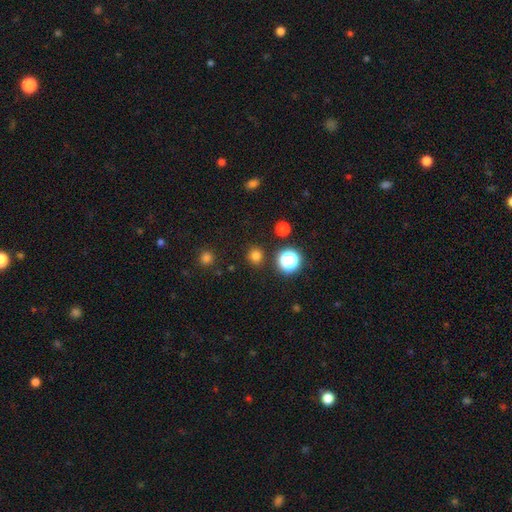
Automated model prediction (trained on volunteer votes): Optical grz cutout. It shows a smooth galaxy with no disk features (76%) that is round (91%). Merging: none (88%).